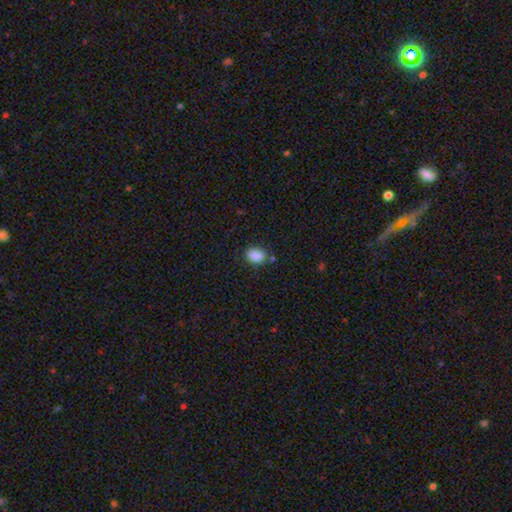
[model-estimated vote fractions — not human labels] A smooth galaxy with no disk features (87%) that is in between round and cigar-shaped (65%).

Vote fractions:
- Smooth or featured? smooth: 87% / star or artifact: 9% / featured or disk: 4%
- How rounded? in between: 65% / round: 34% / cigar-shaped: 1%
- Merging? none: 73% / minor disturbance: 17% / merger: 6% / major disturbance: 4%